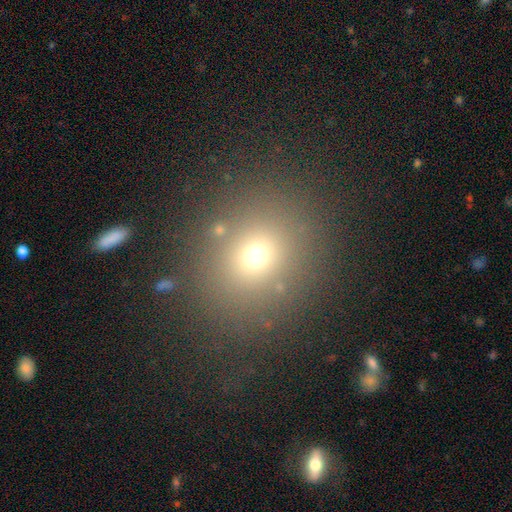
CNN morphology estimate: Smooth or featured?
  - smooth: 67% *
  - star or artifact: 22%
  - featured or disk: 11%
How rounded?
  - round: 82% *
  - in between: 17%
  - cigar-shaped: 1%
Merging?
  - none: 82% *
  - minor disturbance: 9%
  - major disturbance: 5%
  - merger: 4%